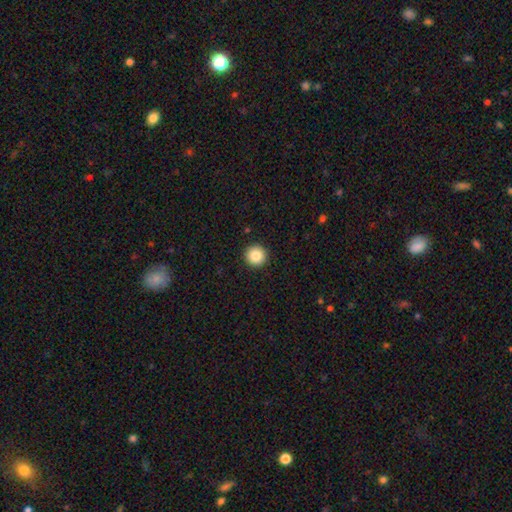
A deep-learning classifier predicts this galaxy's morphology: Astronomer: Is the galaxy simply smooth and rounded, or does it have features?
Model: smooth — 84%.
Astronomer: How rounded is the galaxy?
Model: round — 96%.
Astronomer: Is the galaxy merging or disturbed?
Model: none — 94%.